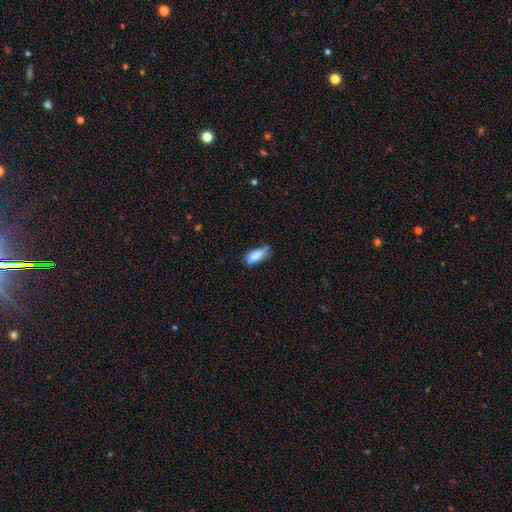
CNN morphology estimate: Smooth or featured?
  - smooth: 83% *
  - featured or disk: 10%
  - star or artifact: 7%
How rounded?
  - in between: 80% *
  - cigar-shaped: 17%
  - round: 2%
Merging?
  - none: 52% *
  - minor disturbance: 36%
  - major disturbance: 9%
  - merger: 3%